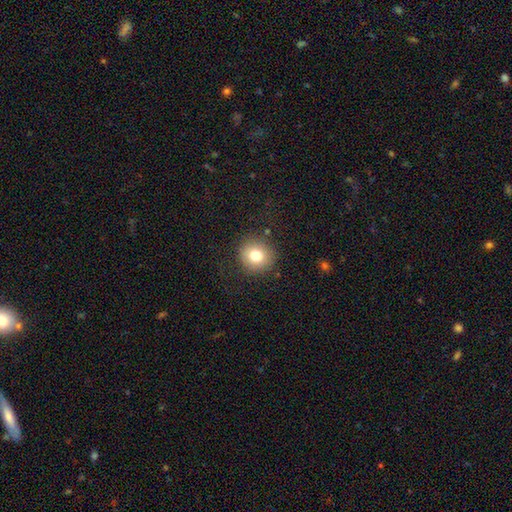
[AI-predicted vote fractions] A smooth galaxy with no disk features (79%) that is round (89%). Merging: none (87%).